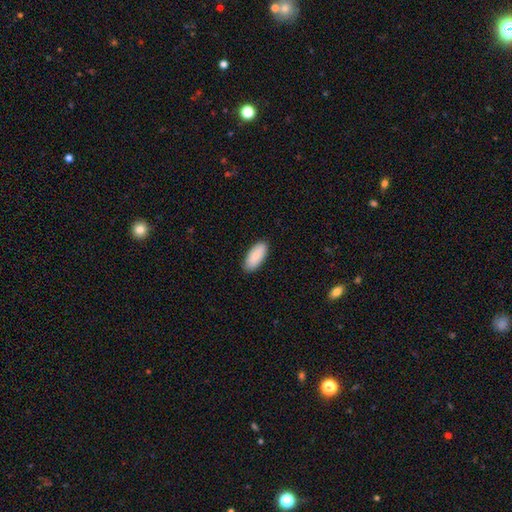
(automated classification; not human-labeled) This is clearly a smooth galaxy (89%). How rounded: clearly in between (88%). Merging: clearly none (89%).